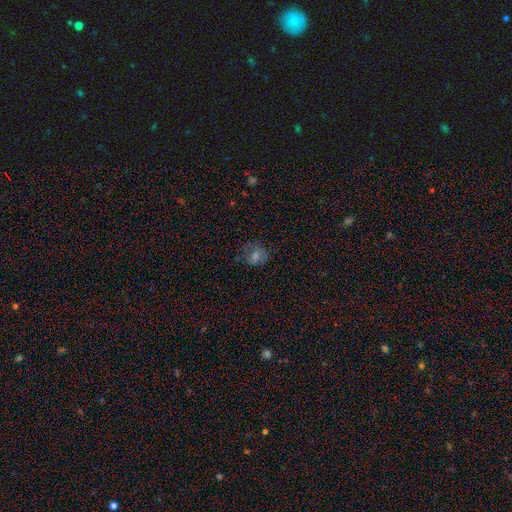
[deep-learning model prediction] smooth-or-featured: smooth: 54% | star or artifact: 24% | featured or disk: 22%
  how-rounded: round: 71% | in between: 28% | cigar-shaped: 1%
  merging: none: 71% | minor disturbance: 19% | major disturbance: 9% | merger: 2%